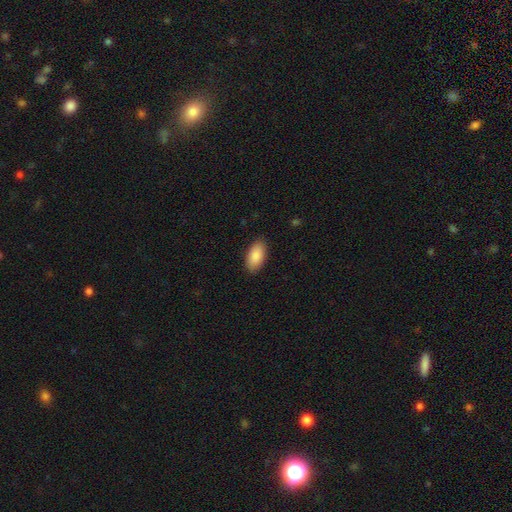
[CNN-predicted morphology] Smooth or featured? Predicted: smooth (p=0.89). How rounded? Predicted: in between (p=0.94). Merging? Predicted: none (p=0.88).